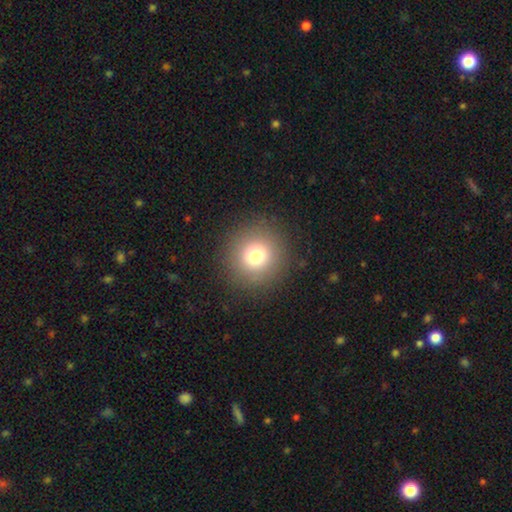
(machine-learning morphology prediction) The model was most divided on "smooth or featured": smooth: 75%, star or artifact: 15%, featured or disk: 10%. More confident: how rounded — round (95%); merging — none (90%).